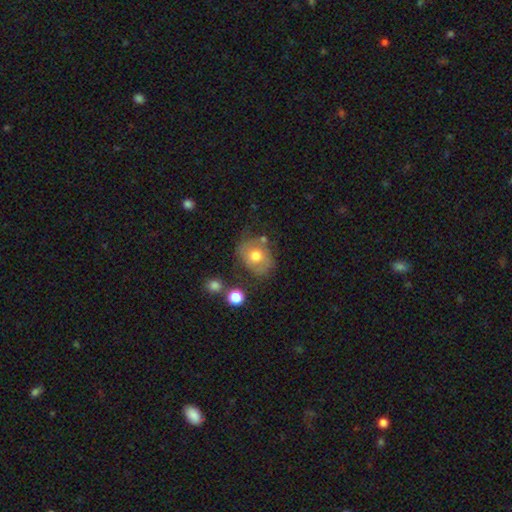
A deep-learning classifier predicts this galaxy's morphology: Smooth or featured: smooth — 55% (featured or disk — 37%)
How rounded: round — 58% (in between — 41%)
Merging: none — 59% (minor disturbance — 23%)